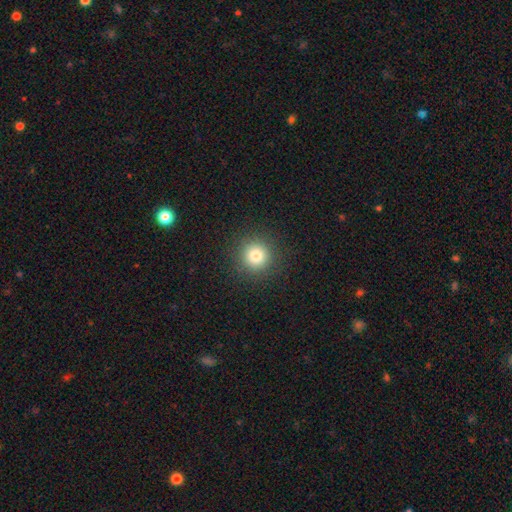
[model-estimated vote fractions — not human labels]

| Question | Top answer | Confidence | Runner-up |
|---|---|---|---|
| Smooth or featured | smooth | 80% | star or artifact (14%) |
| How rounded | round | 95% | in between (4%) |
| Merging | none | 91% | minor disturbance (5%) |